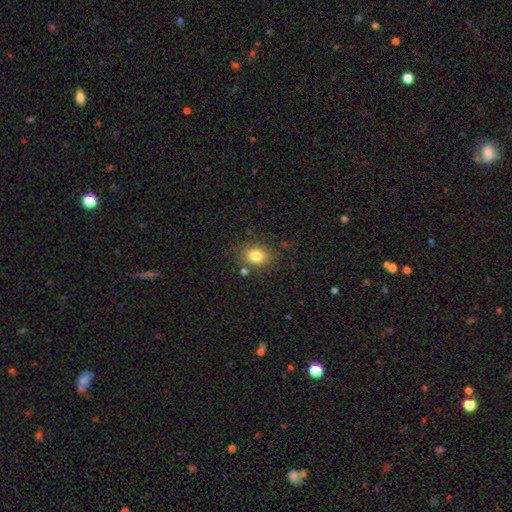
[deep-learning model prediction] smooth 81%, star or artifact 11%, featured or disk 8%. Down the decision tree: how rounded — in between (53%); merging — none (79%).